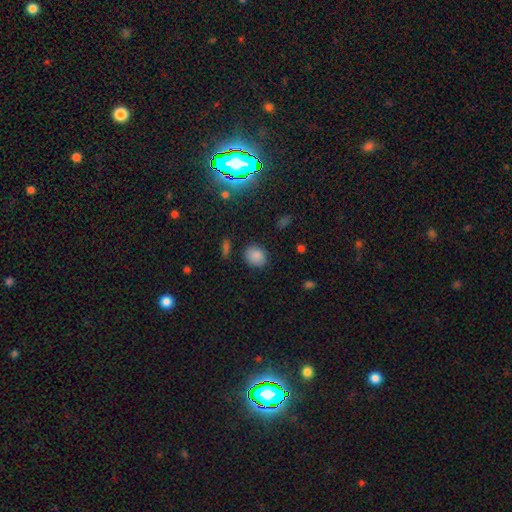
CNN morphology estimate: Overall: smooth (83%). How rounded: round (60%; in between 39%). Merging: none (83%).